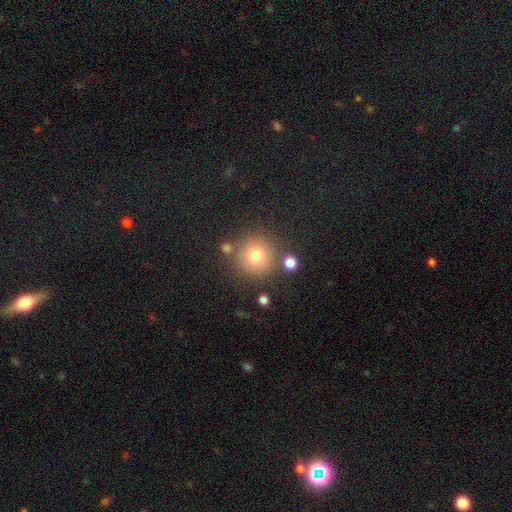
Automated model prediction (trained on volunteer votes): This is likely a smooth galaxy (75%). How rounded: clearly round (95%). Merging: clearly none (80%).